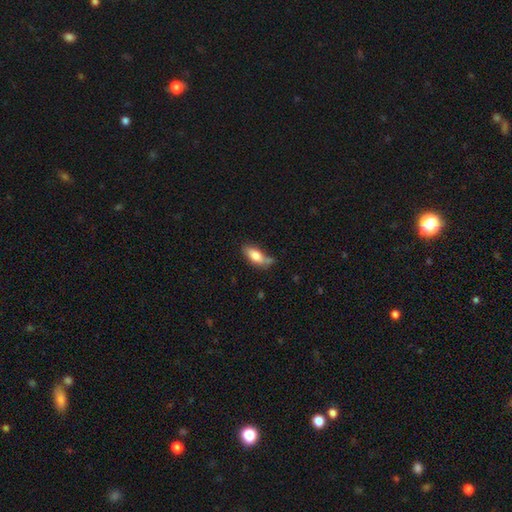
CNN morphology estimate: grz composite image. It shows a smooth galaxy with no disk features (76%) that is in between round and cigar-shaped (81%). Merging: none (51%).